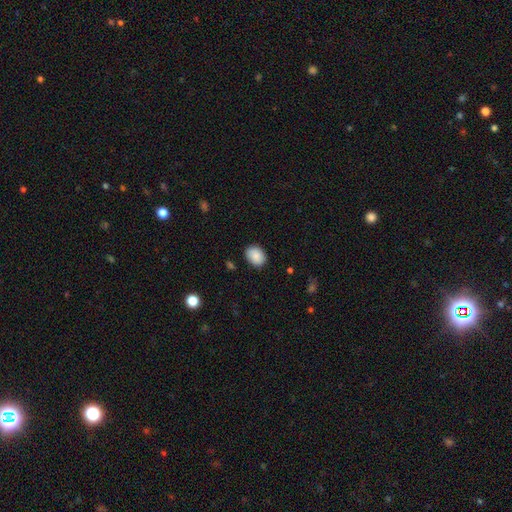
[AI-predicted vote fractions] smooth 88%, star or artifact 7%, featured or disk 5%. Down the decision tree: how rounded — in between (58%); merging — none (85%).